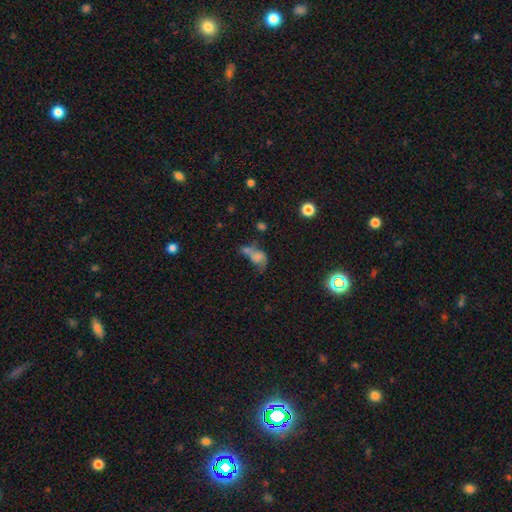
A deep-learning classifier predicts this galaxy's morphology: This is possibly a smooth galaxy (55%). How rounded: likely in between (74%). Merging: possibly merger (46%).